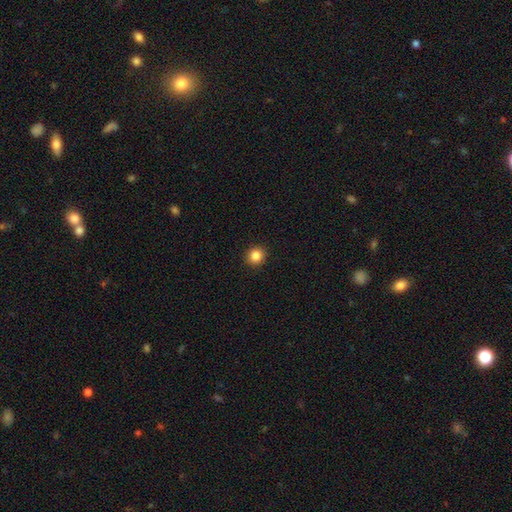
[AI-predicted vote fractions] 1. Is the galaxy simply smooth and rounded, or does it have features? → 85% smooth, 10% star or artifact, 4% featured or disk.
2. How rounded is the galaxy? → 92% round, 7% in between, 1% cigar-shaped.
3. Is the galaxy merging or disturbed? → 93% none, 5% minor disturbance, 2% major disturbance, 1% merger.